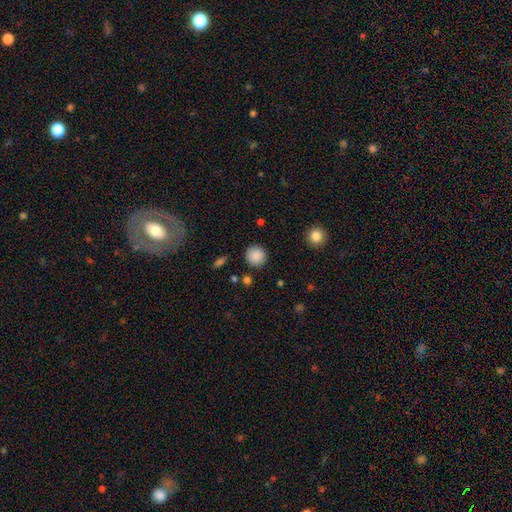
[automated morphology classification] smooth-or-featured: smooth: 88% | star or artifact: 9% | featured or disk: 4%
  how-rounded: round: 95% | in between: 4% | cigar-shaped: 1%
  merging: none: 89% | minor disturbance: 7% | major disturbance: 3% | merger: 2%